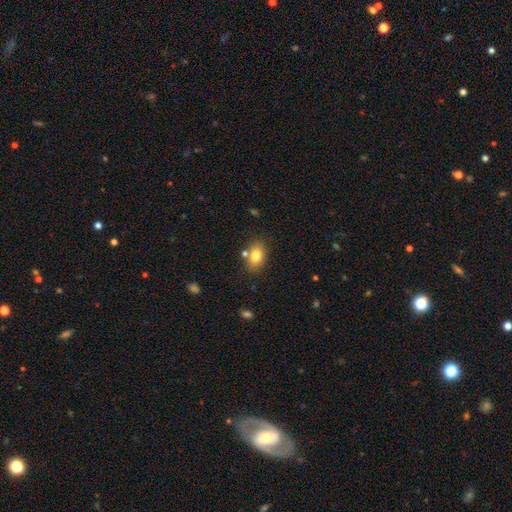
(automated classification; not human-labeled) Morphology: type=smooth (79%); roundness=in between (82%); merging=none (74%).